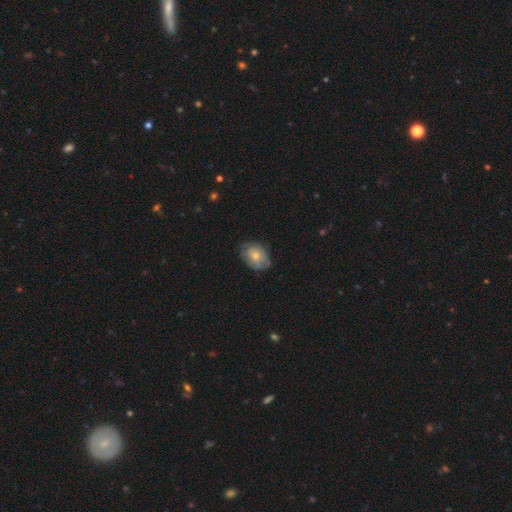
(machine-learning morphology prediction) type=smooth (61%); roundness=in between (71%); merging=none (66%).